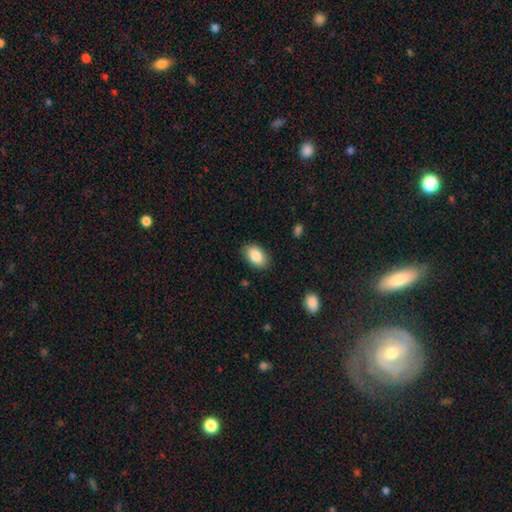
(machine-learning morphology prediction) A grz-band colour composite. It shows a smooth galaxy with no disk features (87%) that is in between round and cigar-shaped (91%). Merging: none (86%).